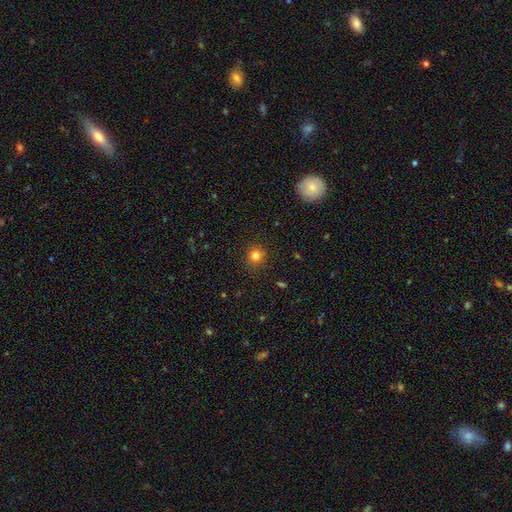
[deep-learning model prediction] smooth_or_featured: smooth (p=0.80) [alt: star or artifact p=0.14]
how_rounded: round (p=0.90) [alt: in between p=0.09]
merging: none (p=0.89) [alt: minor disturbance p=0.08]